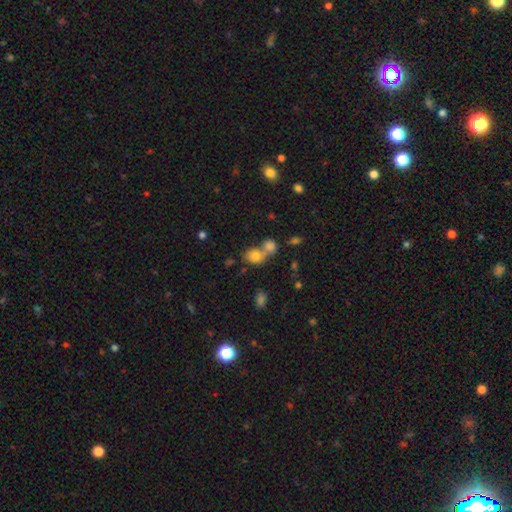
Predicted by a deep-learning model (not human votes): This appears to be a smooth galaxy with no disk features (79%) that is in between round and cigar-shaped (49%, tied with round). Merging: merger (53%).